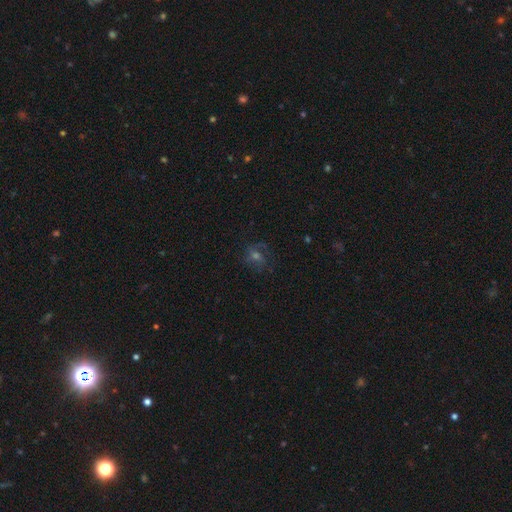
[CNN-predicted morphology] featured or disk 52%, star or artifact 25%, smooth 24%. Down the decision tree: edge-on disk — no (96%); merging — none (73%).